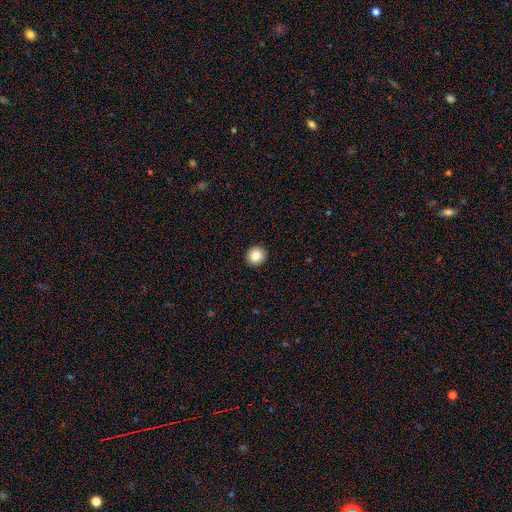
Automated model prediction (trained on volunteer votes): The model was most divided on "smooth or featured": smooth: 86%, star or artifact: 9%, featured or disk: 5%. More confident: merging — none (93%); how rounded — round (92%).